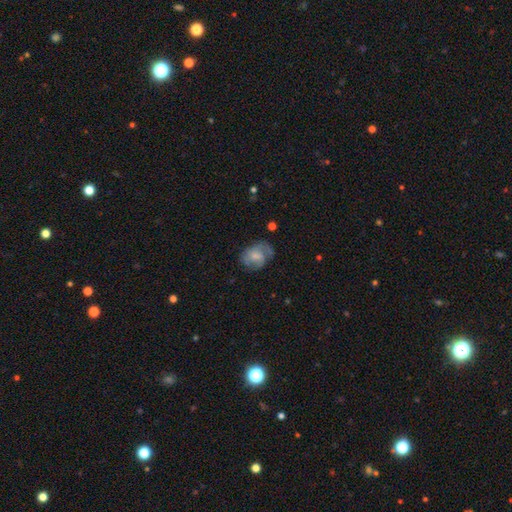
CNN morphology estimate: This is possibly a smooth galaxy (46%, tied with featured or disk). Merging: possibly none (51%).